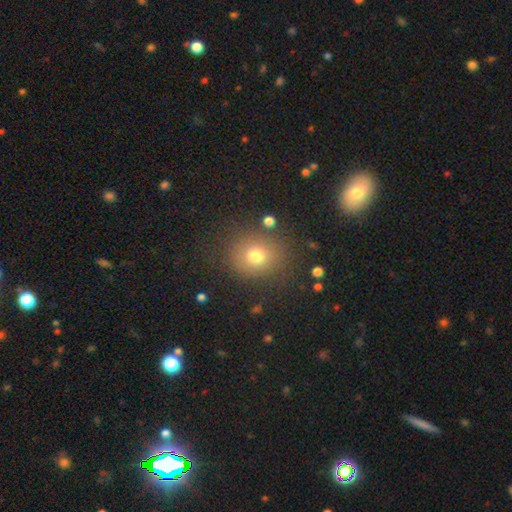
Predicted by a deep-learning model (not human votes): This is likely a smooth galaxy (73%). How rounded: likely round (77%). Merging: clearly none (81%).